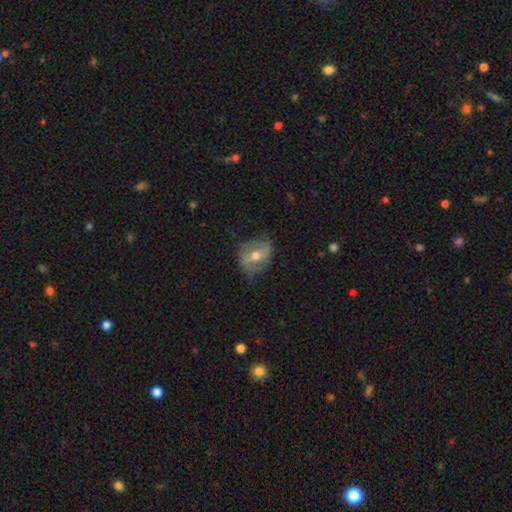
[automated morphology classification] This is possibly a featured or disk galaxy (55%). It is clearly not viewed edge-on (94%). Bar: marginally no (40%). Spiral arm pattern: likely yes (64%). Central bulge: likely moderate (76%). Merging: likely none (63%).